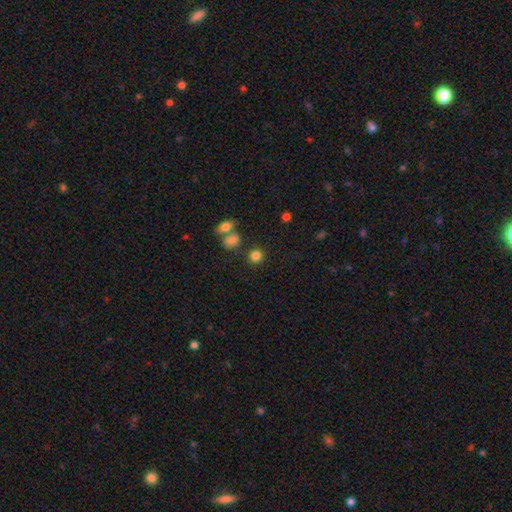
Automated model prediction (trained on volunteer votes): smooth 83%, star or artifact 11%, featured or disk 6%. Down the decision tree: how rounded — round (86%); merging — none (77%).